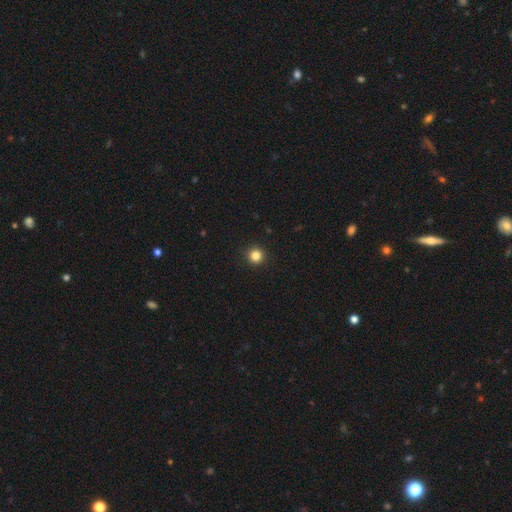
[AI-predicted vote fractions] Smooth or featured?
  - smooth: 83% *
  - star or artifact: 13%
  - featured or disk: 4%
How rounded?
  - round: 96% *
  - in between: 4%
  - cigar-shaped: 1%
Merging?
  - none: 93% *
  - minor disturbance: 5%
  - major disturbance: 2%
  - merger: 1%